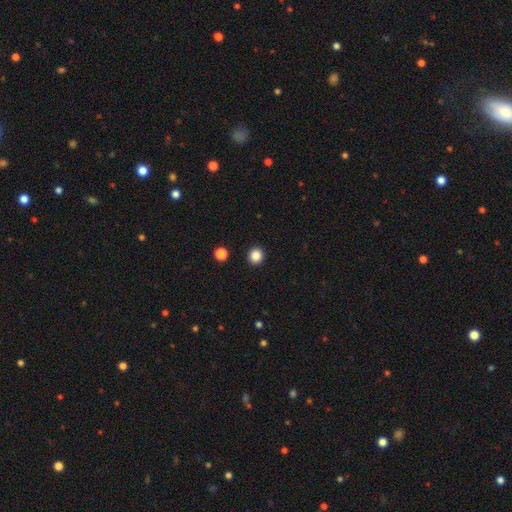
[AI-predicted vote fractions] smooth 86%, star or artifact 11%, featured or disk 3%. Down the decision tree: how rounded — round (90%); merging — none (93%).